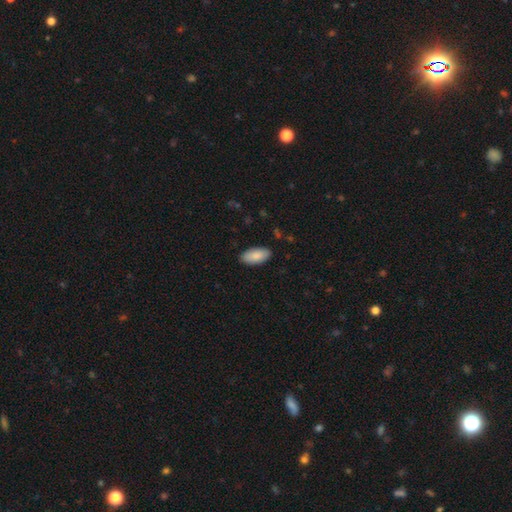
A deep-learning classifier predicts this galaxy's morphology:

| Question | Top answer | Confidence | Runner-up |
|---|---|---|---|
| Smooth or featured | smooth | 87% | featured or disk (7%) |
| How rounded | in between | 94% | cigar-shaped (4%) |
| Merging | none | 88% | minor disturbance (9%) |